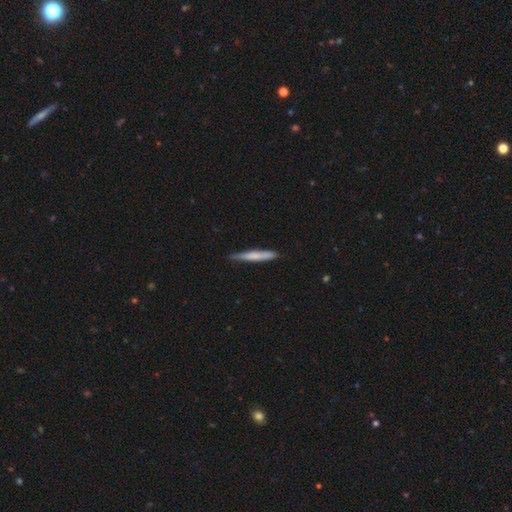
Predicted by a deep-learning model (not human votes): Smooth or featured? smooth (63%)
How rounded? cigar-shaped (95%)
Merging? none (83%)